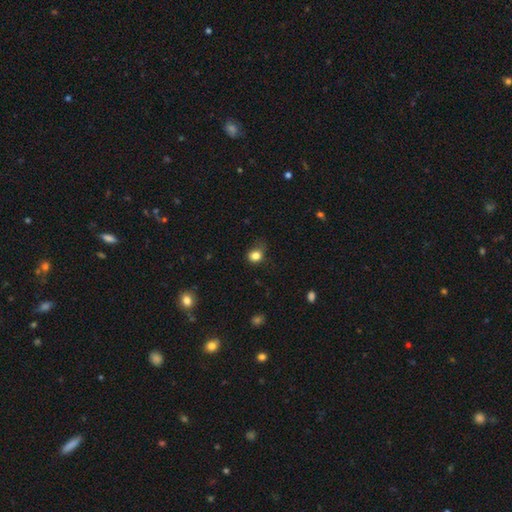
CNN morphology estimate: smooth-or-featured: smooth: 82% | star or artifact: 12% | featured or disk: 6%
  how-rounded: round: 70% | in between: 29% | cigar-shaped: 1%
  merging: none: 57% | minor disturbance: 30% | major disturbance: 11% | merger: 2%